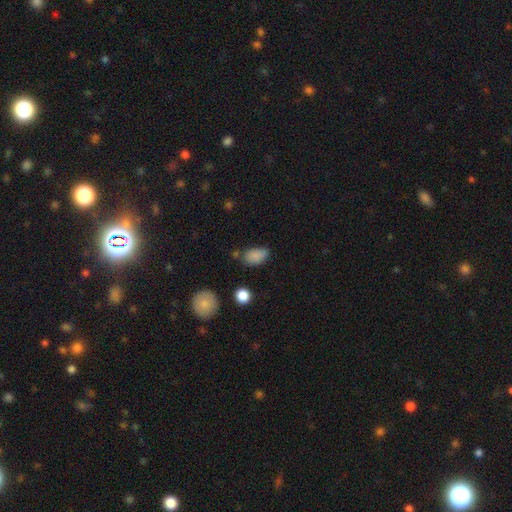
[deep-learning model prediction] This appears to be a smooth galaxy with no disk features (85%) that is in between round and cigar-shaped (90%). Merging: none (66%).